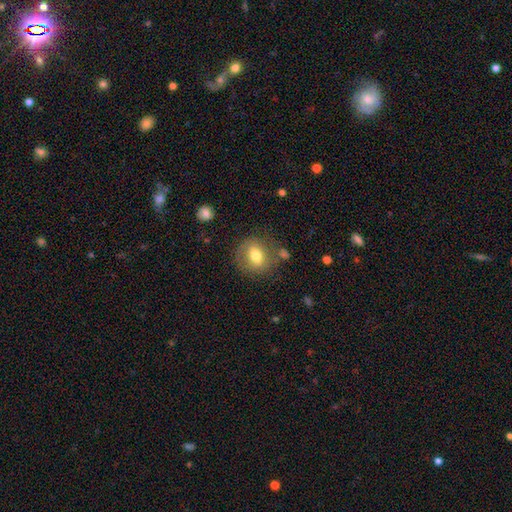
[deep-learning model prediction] Smooth or featured: smooth — 68% (featured or disk — 23%)
How rounded: round — 70% (in between — 29%)
Merging: none — 73% (minor disturbance — 15%)